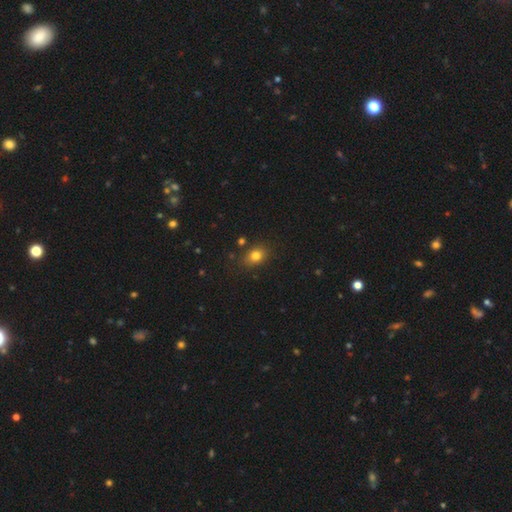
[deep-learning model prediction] This is clearly a smooth galaxy (80%). How rounded: likely in between (60%). Merging: clearly none (80%).